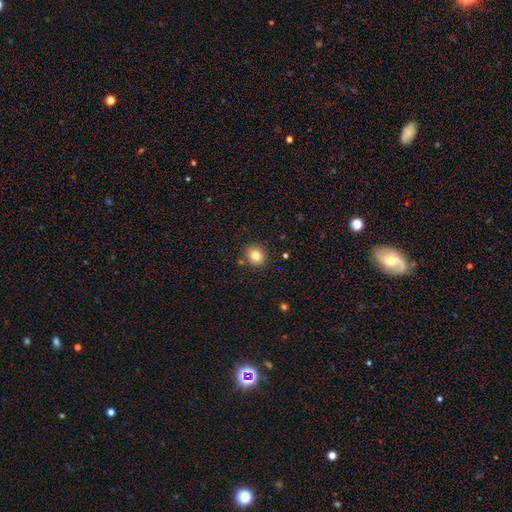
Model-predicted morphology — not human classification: This appears to be a smooth galaxy with no disk features (82%) that is round (78%). Merging: none (86%).